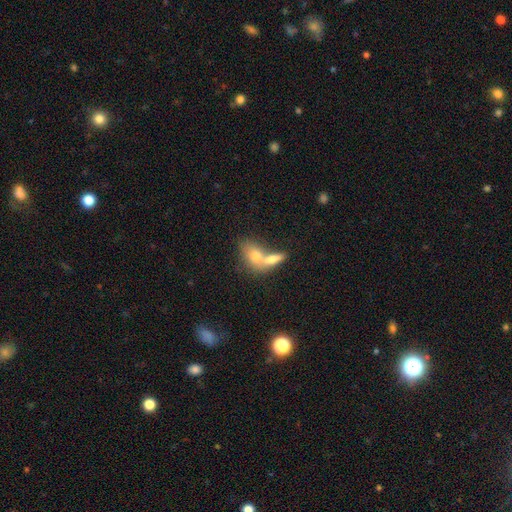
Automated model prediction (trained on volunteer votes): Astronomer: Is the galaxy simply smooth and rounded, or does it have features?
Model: smooth — 72%.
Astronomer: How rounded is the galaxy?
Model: in between — 76%.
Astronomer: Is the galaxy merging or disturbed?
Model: merger — 63%.